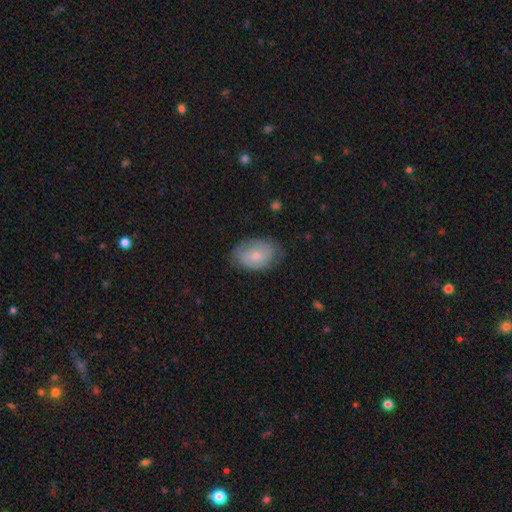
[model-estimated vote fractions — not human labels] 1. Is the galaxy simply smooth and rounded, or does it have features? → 68% smooth, 26% featured or disk, 7% star or artifact.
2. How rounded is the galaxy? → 84% in between, 15% round, 1% cigar-shaped.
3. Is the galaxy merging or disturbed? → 71% none, 22% minor disturbance, 6% major disturbance, 1% merger.